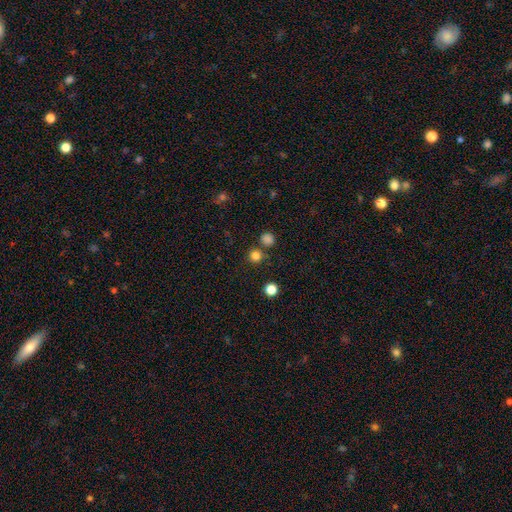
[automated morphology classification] smooth_or_featured: smooth (p=0.80) [alt: star or artifact p=0.16]
how_rounded: round (p=0.94) [alt: in between p=0.05]
merging: none (p=0.79) [alt: merger p=0.12]